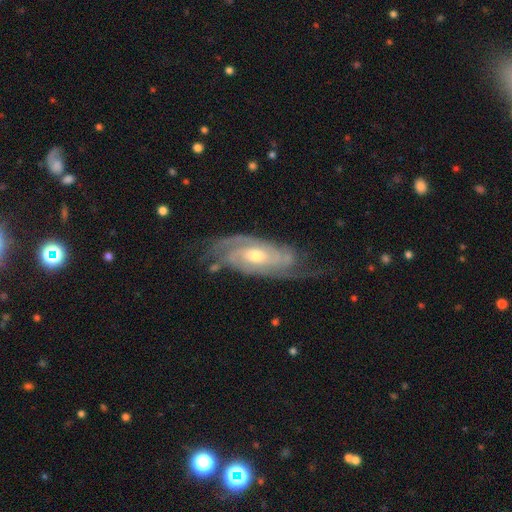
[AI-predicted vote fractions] Morphology: type=featured or disk (90%); edge-on=no (93%); bar=no (58%); spiral arms=yes (97%); winding=tight (63%); arm count=2 (48%); bulge=moderate (61%); merging=none (72%).